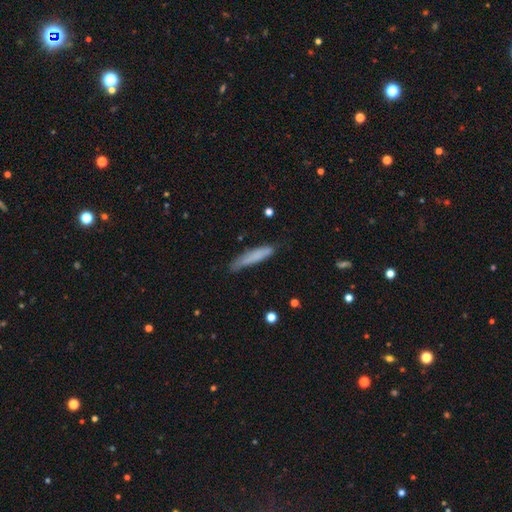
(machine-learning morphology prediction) Overall: smooth (77%). How rounded: cigar-shaped (89%). Merging: none (73%).